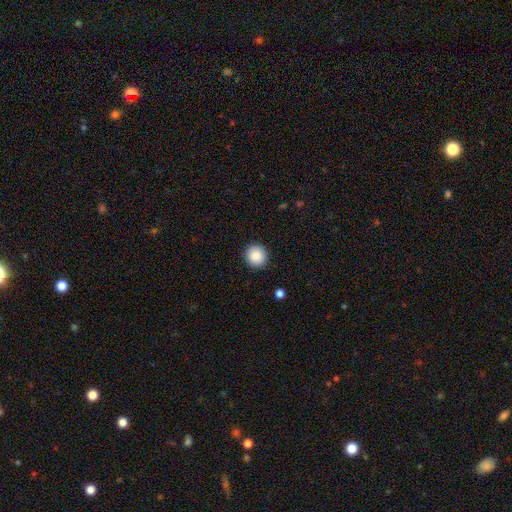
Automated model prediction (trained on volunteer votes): The model was most divided on "smooth or featured": smooth: 87%, star or artifact: 8%, featured or disk: 5%. More confident: merging — none (92%); how rounded — round (92%).